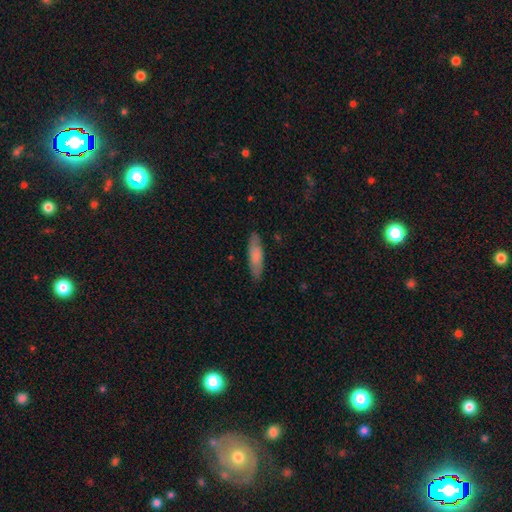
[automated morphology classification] The model was most divided on "how rounded": cigar-shaped: 63%, in between: 35%, round: 2%. More confident: merging — none (84%); smooth or featured — smooth (73%).